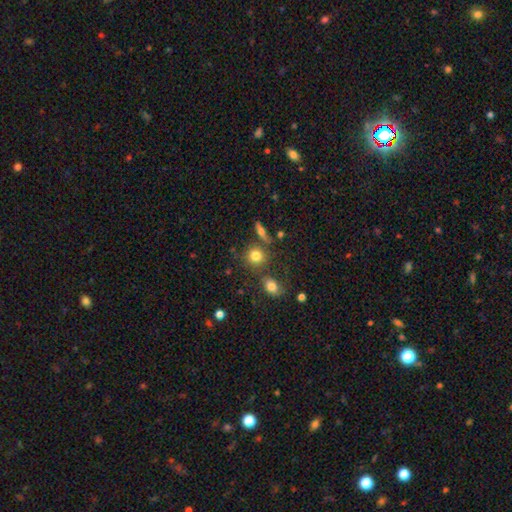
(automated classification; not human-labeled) This appears to be a smooth galaxy with no disk features (78%) that is round (83%). Merging: none (71%).